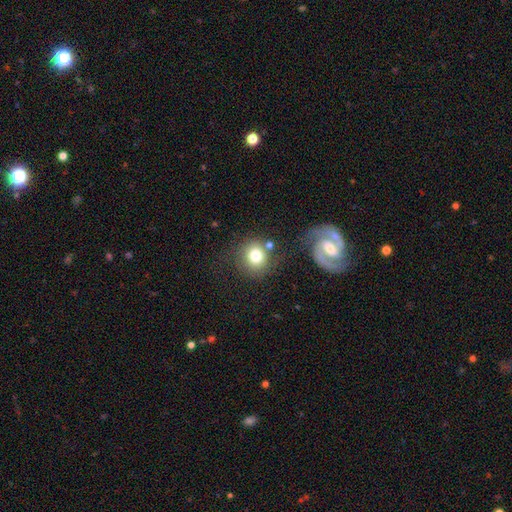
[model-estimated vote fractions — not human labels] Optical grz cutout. It shows a smooth galaxy with no disk features (76%) that is round (87%). Merging: none (64%).